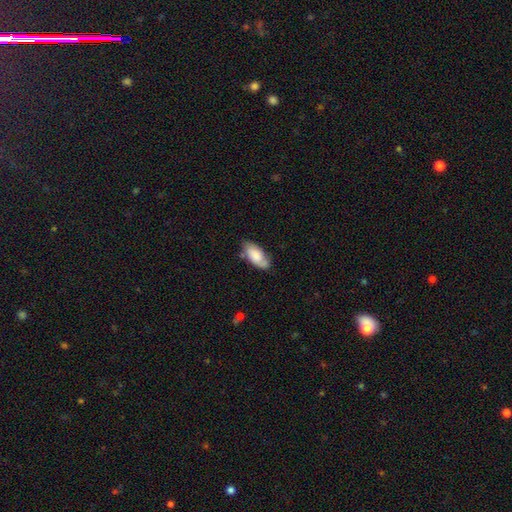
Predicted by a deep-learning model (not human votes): Overall: smooth (73%). How rounded: in between (90%). Merging: none (69%).